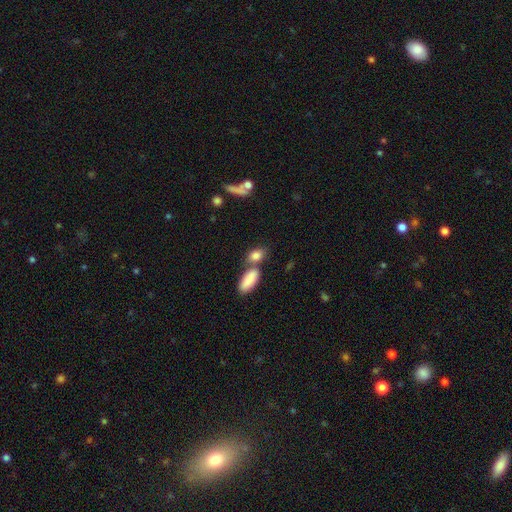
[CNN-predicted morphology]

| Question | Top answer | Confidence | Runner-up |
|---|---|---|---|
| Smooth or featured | smooth | 84% | star or artifact (8%) |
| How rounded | in between | 76% | round (15%) |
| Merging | none | 46% | merger (38%) |